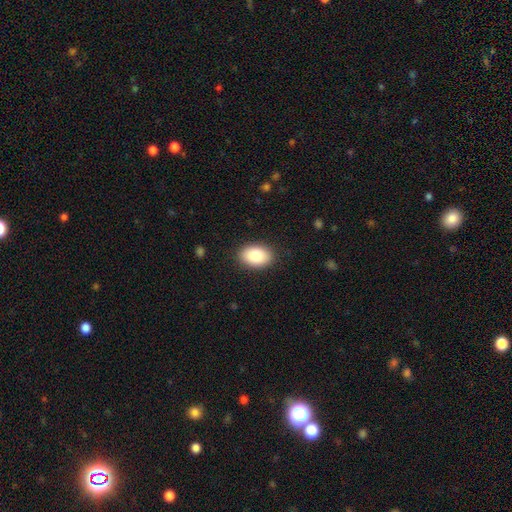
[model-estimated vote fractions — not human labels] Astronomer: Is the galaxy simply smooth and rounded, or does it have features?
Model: smooth — 86%.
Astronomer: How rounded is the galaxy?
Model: in between — 88%.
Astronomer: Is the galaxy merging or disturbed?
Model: none — 88%.